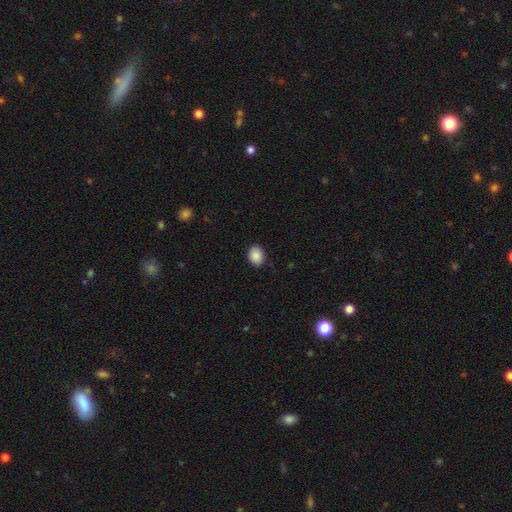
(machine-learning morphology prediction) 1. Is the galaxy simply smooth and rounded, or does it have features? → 89% smooth, 8% star or artifact, 3% featured or disk.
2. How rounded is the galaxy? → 57% in between, 43% round, 1% cigar-shaped.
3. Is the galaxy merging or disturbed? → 89% none, 8% minor disturbance, 2% major disturbance, 1% merger.